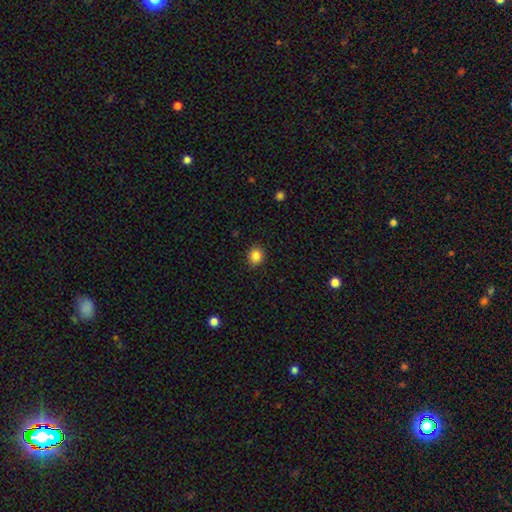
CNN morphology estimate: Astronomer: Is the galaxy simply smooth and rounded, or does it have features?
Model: smooth — 86%.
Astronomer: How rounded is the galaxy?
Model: round — 78%.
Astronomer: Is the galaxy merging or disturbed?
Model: none — 89%.